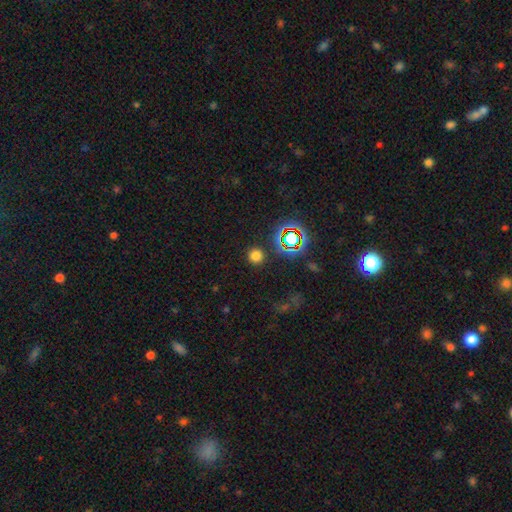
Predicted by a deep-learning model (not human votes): The model was most divided on "smooth or featured": smooth: 73%, star or artifact: 22%, featured or disk: 6%. More confident: how rounded — round (95%); merging — none (90%).